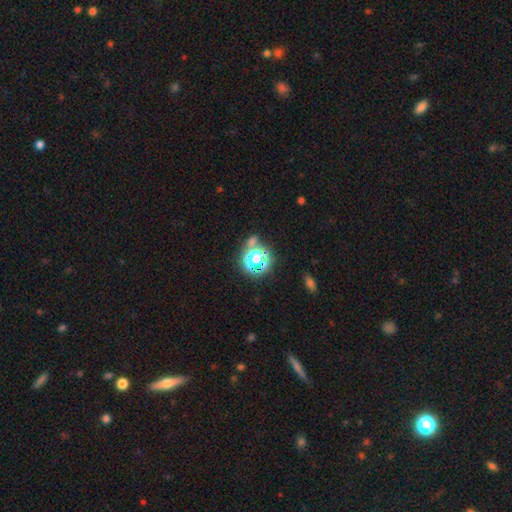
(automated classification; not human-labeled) Morphology: type=star or artifact (63%).